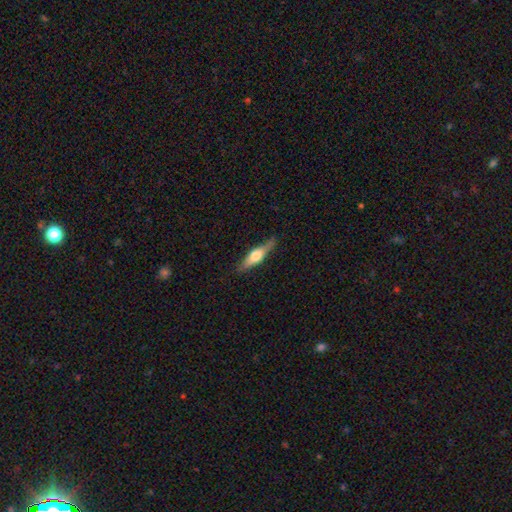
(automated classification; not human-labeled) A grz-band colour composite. It shows a featured or disk galaxy (55%) viewed edge-on (94%) with a rounded central bulge (90%). Merging: none (83%).